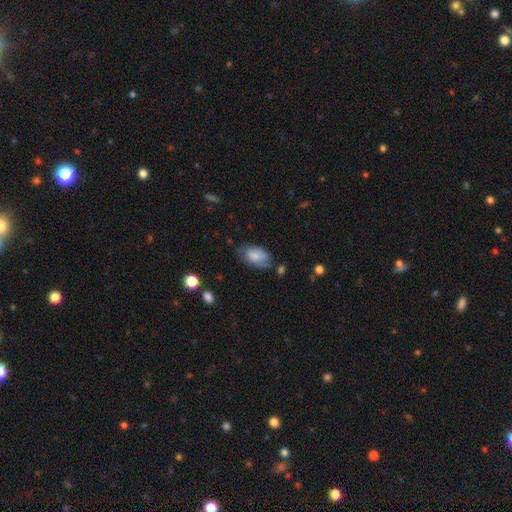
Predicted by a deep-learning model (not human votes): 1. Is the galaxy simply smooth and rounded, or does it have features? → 79% smooth, 14% featured or disk, 7% star or artifact.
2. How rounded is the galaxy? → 92% in between, 6% round, 2% cigar-shaped.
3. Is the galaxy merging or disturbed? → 60% none, 29% minor disturbance, 8% major disturbance, 4% merger.